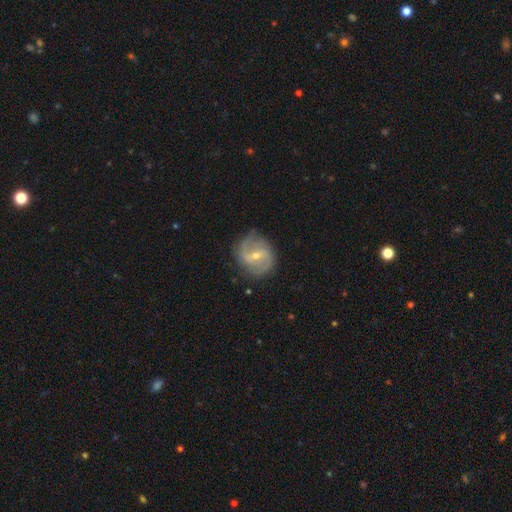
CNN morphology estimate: This is likely a featured or disk galaxy (79%). It is clearly not viewed edge-on (97%). Bar: possibly weak (50%). Spiral arm pattern: clearly yes (89%). Spiral arm count: clearly 2 (81%). Spiral winding: marginally medium (44%). Central bulge: possibly small (57%). Merging: likely none (79%).